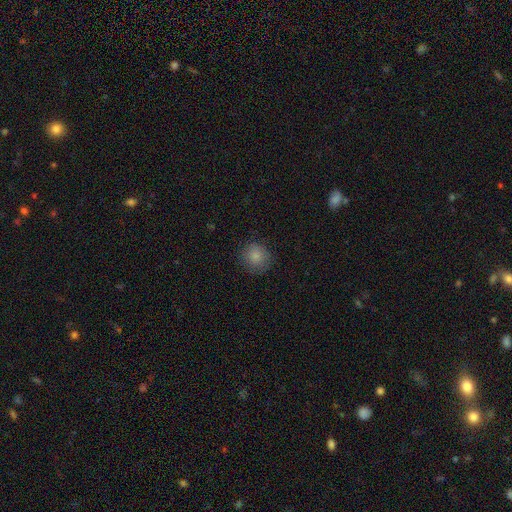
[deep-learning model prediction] Smooth or featured?
  - smooth: 85% *
  - star or artifact: 9%
  - featured or disk: 6%
How rounded?
  - round: 89% *
  - in between: 10%
  - cigar-shaped: 1%
Merging?
  - none: 84% *
  - minor disturbance: 11%
  - major disturbance: 3%
  - merger: 1%